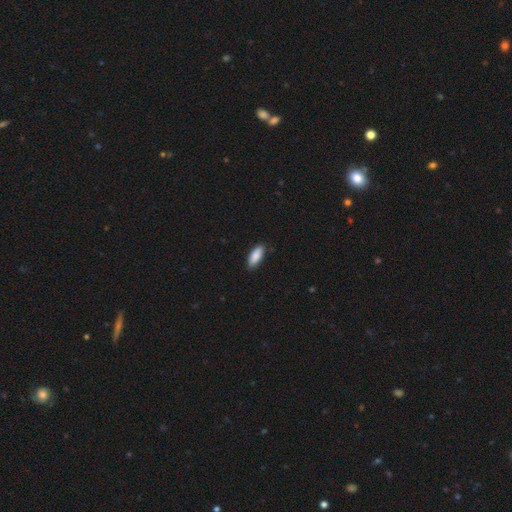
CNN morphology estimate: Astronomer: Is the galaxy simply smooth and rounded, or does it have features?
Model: smooth — 88%.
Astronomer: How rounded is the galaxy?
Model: in between — 81%.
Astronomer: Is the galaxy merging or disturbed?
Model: none — 84%.